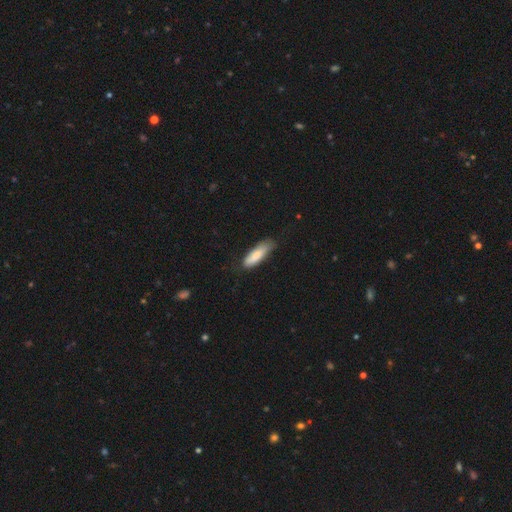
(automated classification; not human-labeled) Morphology: type=smooth (82%); roundness=cigar-shaped (50%); merging=none (66%).